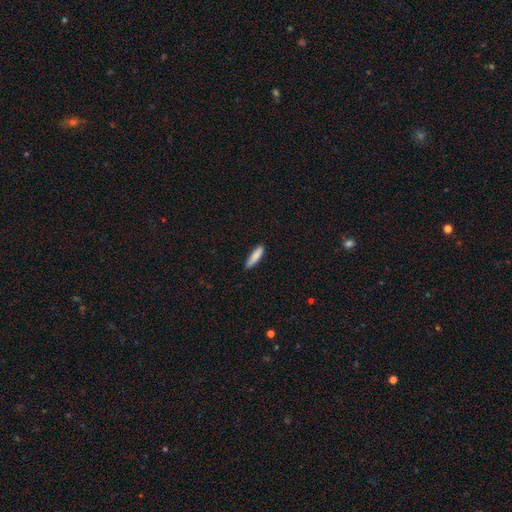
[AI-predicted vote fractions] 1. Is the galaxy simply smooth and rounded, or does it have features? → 83% smooth, 10% featured or disk, 6% star or artifact.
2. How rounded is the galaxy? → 80% cigar-shaped, 19% in between, 1% round.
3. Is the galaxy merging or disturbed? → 84% none, 13% minor disturbance, 2% major disturbance, 1% merger.